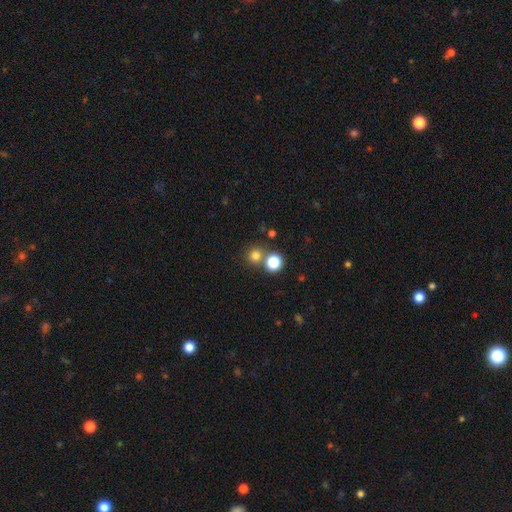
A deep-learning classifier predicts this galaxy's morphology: A smooth galaxy with no disk features (77%) that is round (92%).

Vote fractions:
- Smooth or featured? smooth: 77% / star or artifact: 17% / featured or disk: 6%
- How rounded? round: 92% / in between: 7% / cigar-shaped: 1%
- Merging? none: 68% / merger: 23% / minor disturbance: 6% / major disturbance: 3%